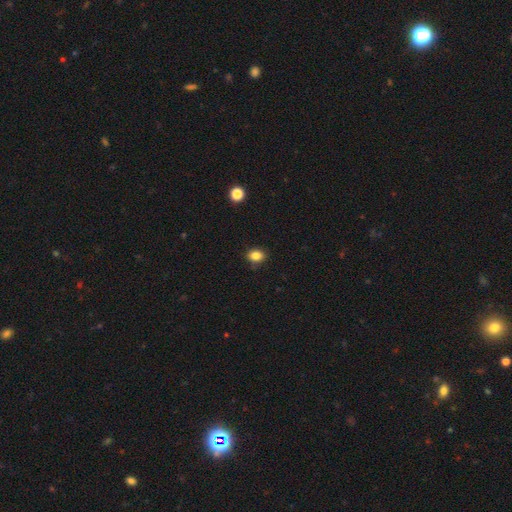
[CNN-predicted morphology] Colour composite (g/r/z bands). It shows a smooth galaxy with no disk features (85%) that is in between round and cigar-shaped (64%). Merging: none (85%).